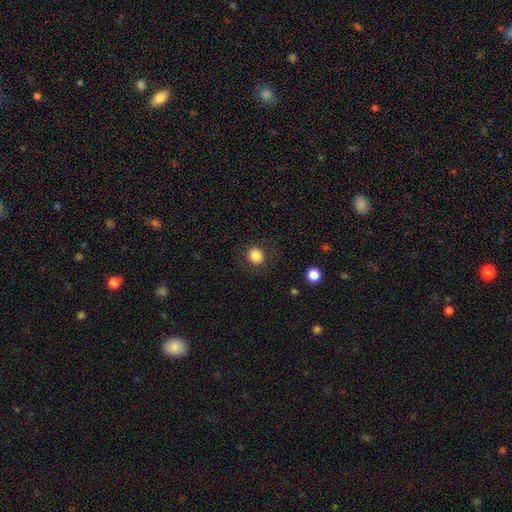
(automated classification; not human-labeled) Smooth or featured: smooth — 84% (star or artifact — 10%)
How rounded: round — 85% (in between — 14%)
Merging: none — 86% (minor disturbance — 8%)